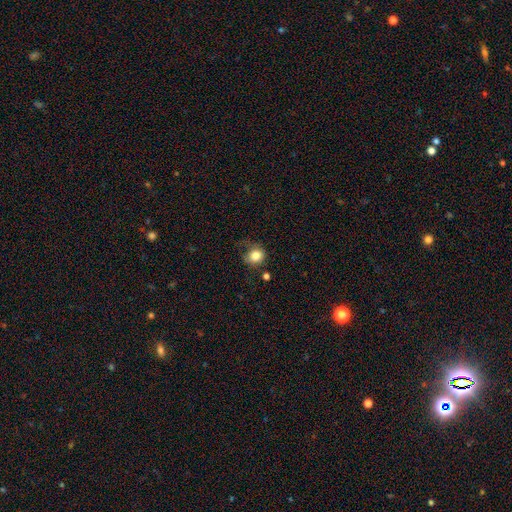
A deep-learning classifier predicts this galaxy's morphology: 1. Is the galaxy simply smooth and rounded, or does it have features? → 82% smooth, 10% star or artifact, 8% featured or disk.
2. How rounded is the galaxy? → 74% round, 25% in between, 1% cigar-shaped.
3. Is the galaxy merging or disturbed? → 55% none, 26% minor disturbance, 15% major disturbance, 4% merger.